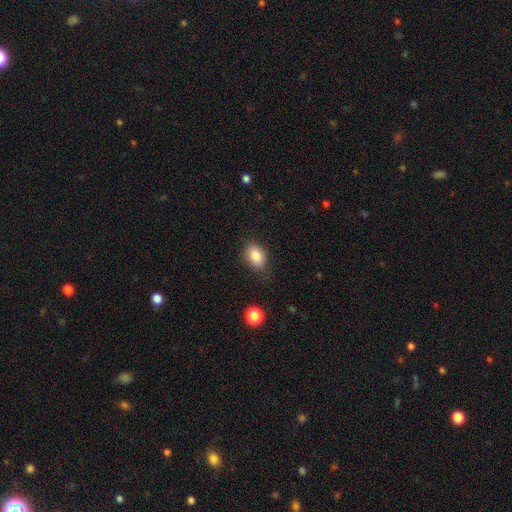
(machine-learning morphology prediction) Q: Smooth or featured?
A: smooth (84%); runner-up: star or artifact (9%)
Q: How rounded?
A: in between (79%); runner-up: round (19%)
Q: Merging?
A: none (82%); runner-up: minor disturbance (13%)